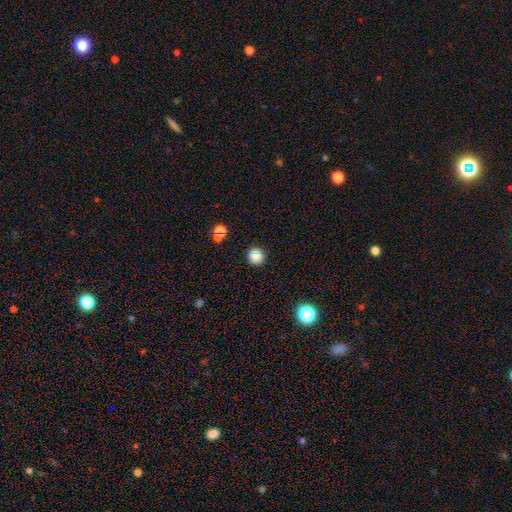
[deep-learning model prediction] Smooth or featured: smooth — 76% (star or artifact — 17%)
How rounded: round — 91% (in between — 8%)
Merging: none — 86% (minor disturbance — 8%)